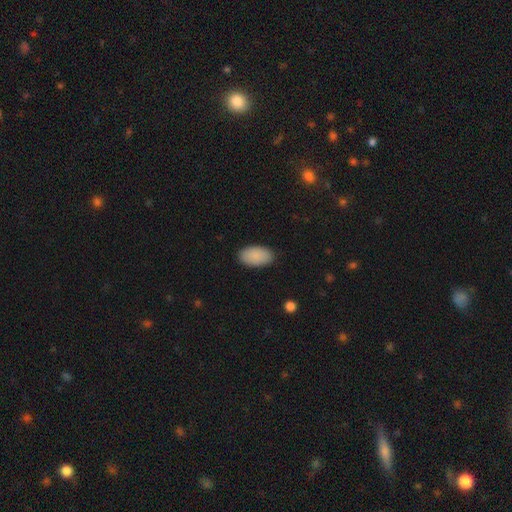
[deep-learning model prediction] Morphology: type=smooth (90%); roundness=in between (95%); merging=none (88%).